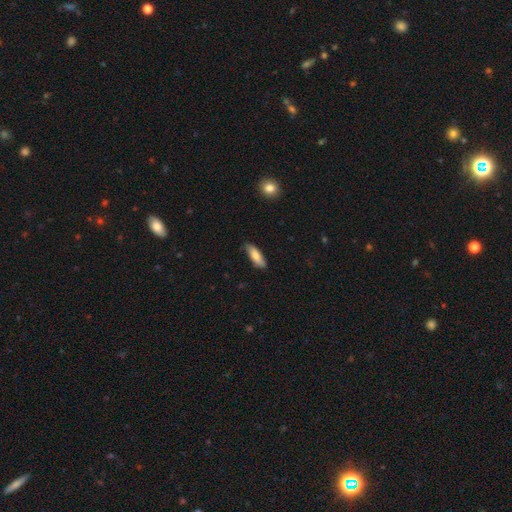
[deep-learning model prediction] Q: Smooth or featured?
A: smooth (78%); runner-up: featured or disk (16%)
Q: How rounded?
A: in between (55%); runner-up: cigar-shaped (43%)
Q: Merging?
A: none (80%); runner-up: minor disturbance (16%)